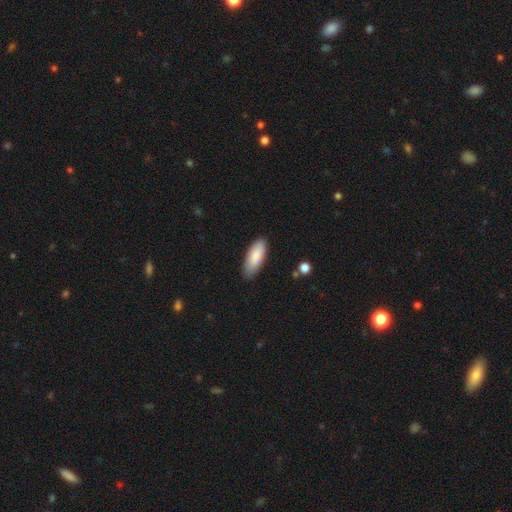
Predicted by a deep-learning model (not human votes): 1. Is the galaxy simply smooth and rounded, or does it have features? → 85% smooth, 9% featured or disk, 6% star or artifact.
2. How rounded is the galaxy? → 74% in between, 24% cigar-shaped, 2% round.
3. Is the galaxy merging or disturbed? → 81% none, 15% minor disturbance, 2% major disturbance, 1% merger.